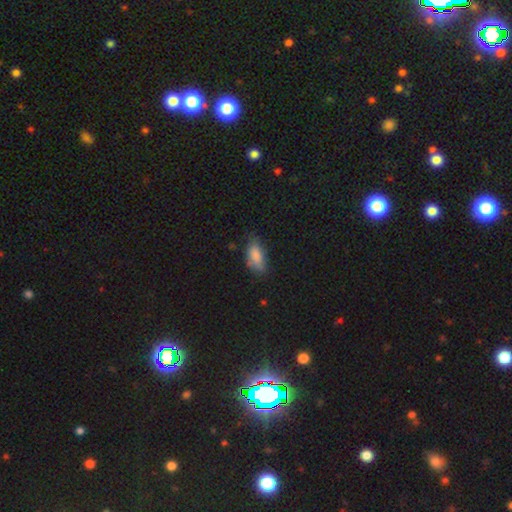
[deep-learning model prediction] A smooth galaxy with no disk features (83%) that is in between round and cigar-shaped (86%). Merging: none (62%).